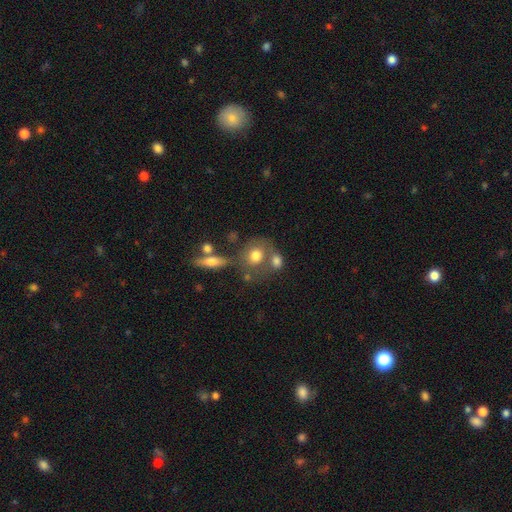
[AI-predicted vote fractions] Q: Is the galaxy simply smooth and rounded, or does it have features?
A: smooth — 71%.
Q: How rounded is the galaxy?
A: round — 68%.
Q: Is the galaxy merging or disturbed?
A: none — 50%.